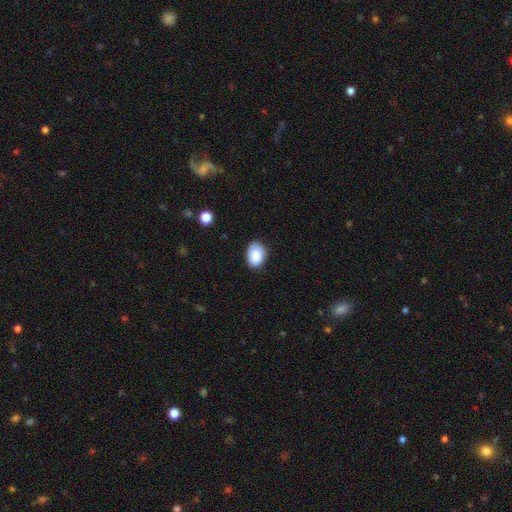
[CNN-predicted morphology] smooth_or_featured: smooth (p=0.86) [alt: star or artifact p=0.08]
how_rounded: in between (p=0.77) [alt: round p=0.22]
merging: none (p=0.74) [alt: minor disturbance p=0.21]